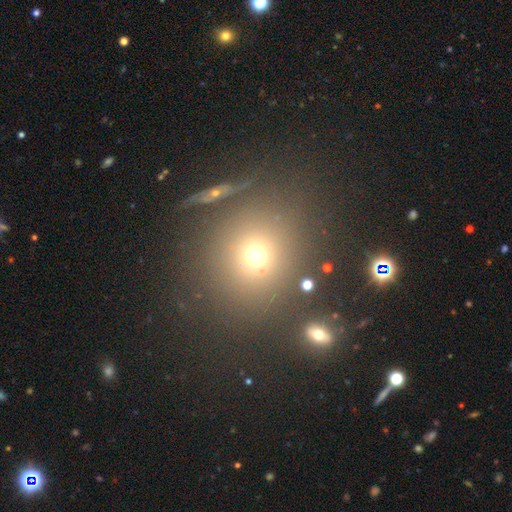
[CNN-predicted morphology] Smooth or featured: smooth — 62% (star or artifact — 26%)
How rounded: round — 84% (in between — 14%)
Merging: none — 79% (minor disturbance — 9%)